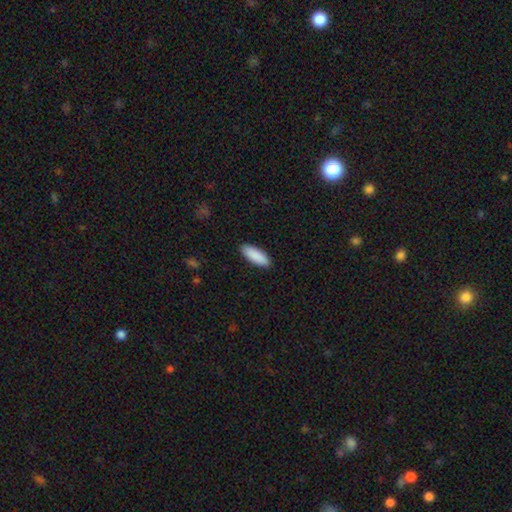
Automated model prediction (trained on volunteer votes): smooth 91%, star or artifact 5%, featured or disk 4%. Down the decision tree: how rounded — in between (68%); merging — none (91%).